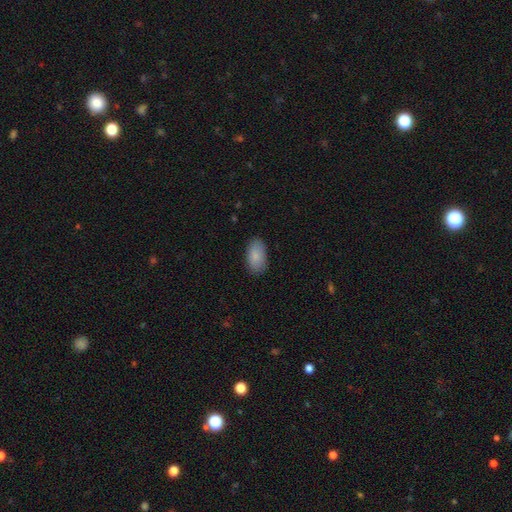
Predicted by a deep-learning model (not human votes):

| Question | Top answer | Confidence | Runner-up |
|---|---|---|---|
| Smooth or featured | smooth | 87% | star or artifact (6%) |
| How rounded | in between | 94% | round (3%) |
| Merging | none | 86% | minor disturbance (11%) |